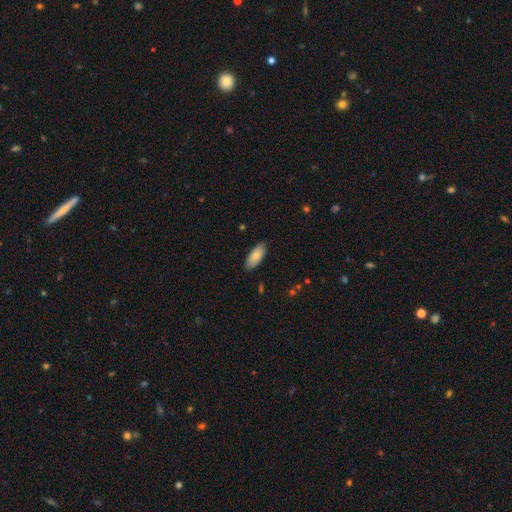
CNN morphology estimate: A smooth galaxy with no disk features (84%) that is in between round and cigar-shaped (84%). Merging: none (86%).